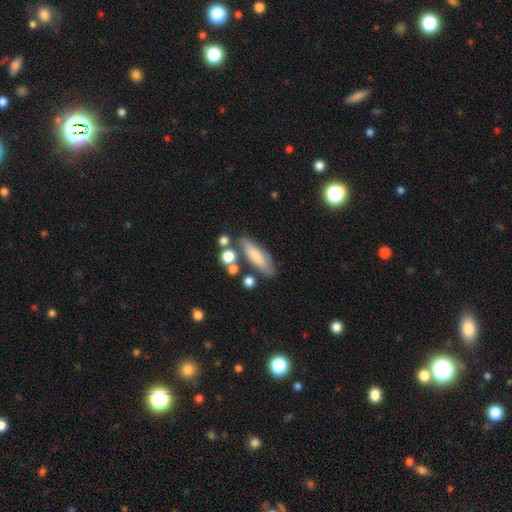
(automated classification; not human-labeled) The model was most divided on "how rounded": in between: 52%, cigar-shaped: 45%, round: 3%. More confident: smooth or featured — smooth (71%); merging — none (66%).